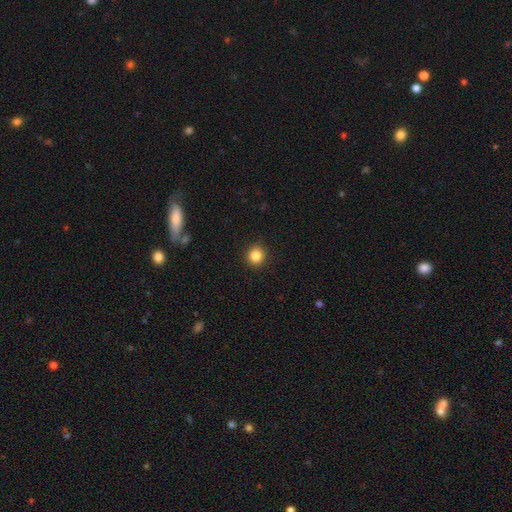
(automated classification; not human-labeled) Smooth or featured?
  - smooth: 85% *
  - star or artifact: 11%
  - featured or disk: 4%
How rounded?
  - round: 92% *
  - in between: 7%
  - cigar-shaped: 1%
Merging?
  - none: 92% *
  - minor disturbance: 6%
  - major disturbance: 2%
  - merger: 1%